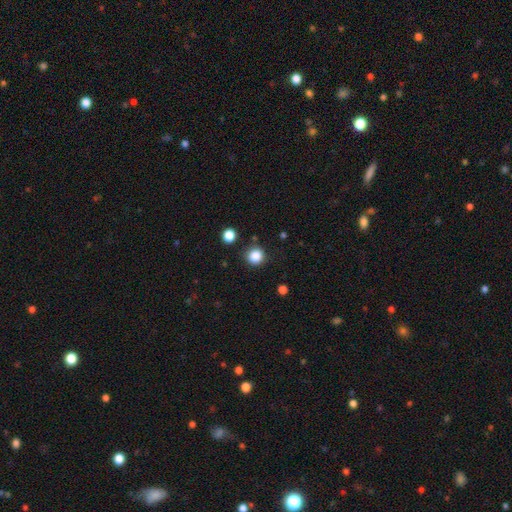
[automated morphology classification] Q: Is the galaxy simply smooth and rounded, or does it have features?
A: smooth — 85%.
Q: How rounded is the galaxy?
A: round — 92%.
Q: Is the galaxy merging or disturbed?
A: none — 87%.